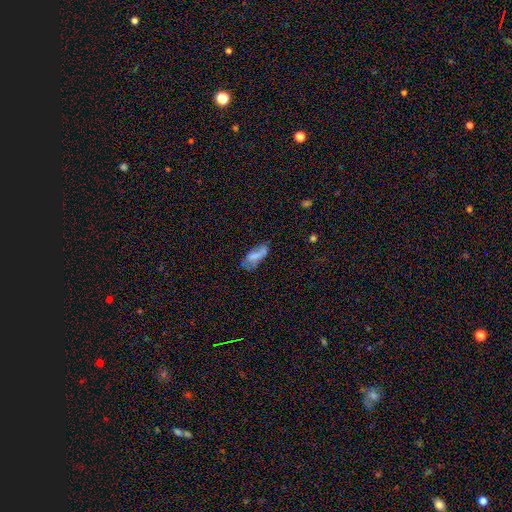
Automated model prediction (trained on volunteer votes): Smooth or featured? smooth (62%)
How rounded? in between (79%)
Merging? none (36%)